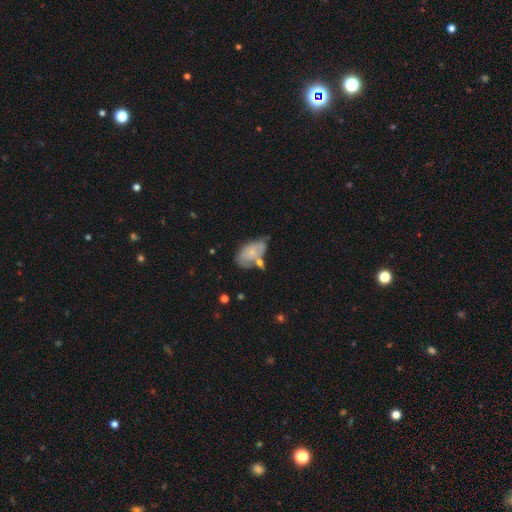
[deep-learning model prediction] Overall: smooth (58%; featured or disk 35%). How rounded: in between (91%). Merging: none (38%; minor disturbance 30%).